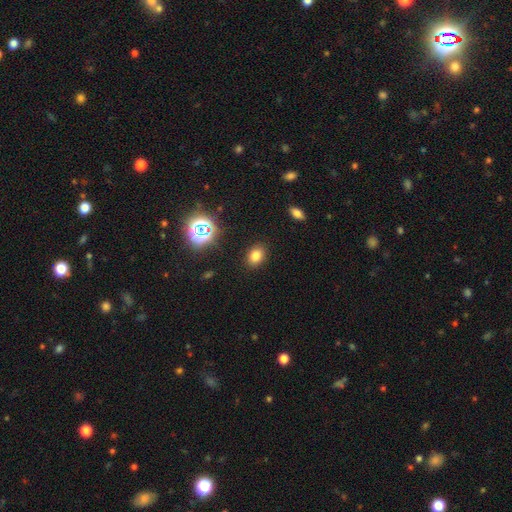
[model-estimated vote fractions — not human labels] smooth 76%, star or artifact 17%, featured or disk 7%. Down the decision tree: how rounded — in between (68%); merging — none (88%).